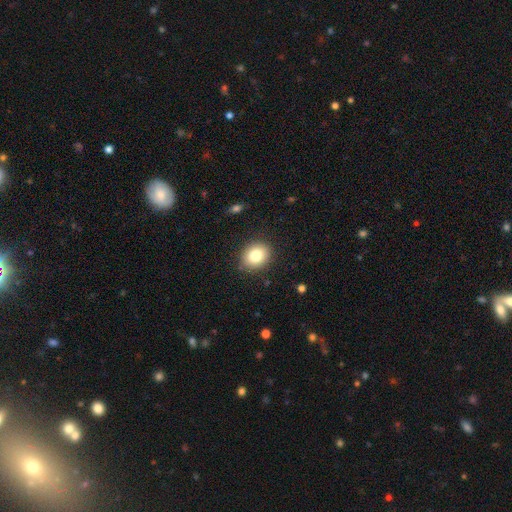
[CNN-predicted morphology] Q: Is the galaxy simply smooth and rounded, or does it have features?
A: smooth — 83%.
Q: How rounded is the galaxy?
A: round — 54%.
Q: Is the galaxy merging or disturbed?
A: none — 87%.